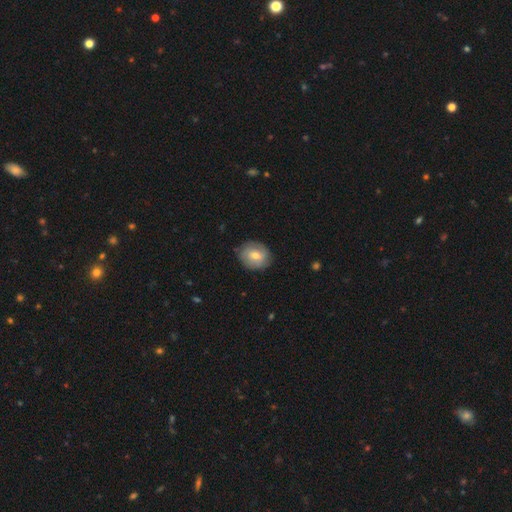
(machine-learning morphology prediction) smooth_or_featured: smooth (p=0.61) [alt: featured or disk p=0.32]
how_rounded: round (p=0.64) [alt: in between p=0.35]
merging: none (p=0.80) [alt: minor disturbance p=0.16]